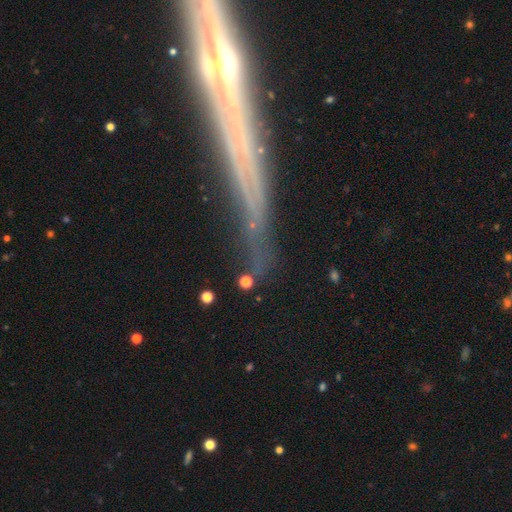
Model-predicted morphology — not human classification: The model was most divided on "smooth or featured": featured or disk: 45%, star or artifact: 29%, smooth: 25%. More confident: merging — none (77%).